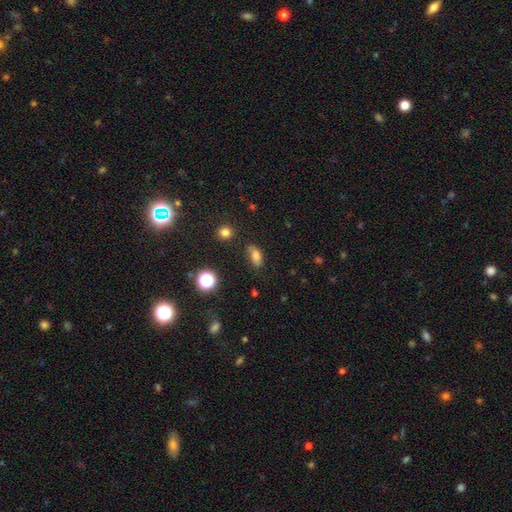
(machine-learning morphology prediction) This is likely a smooth galaxy (75%). How rounded: clearly in between (85%). Merging: likely none (65%).